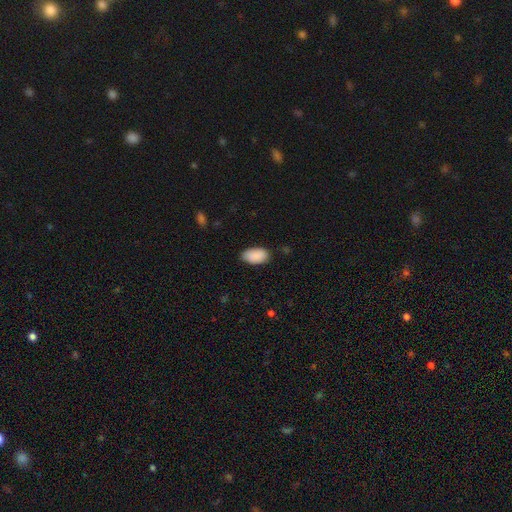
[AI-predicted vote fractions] Morphology: type=smooth (90%); roundness=in between (95%); merging=none (81%).